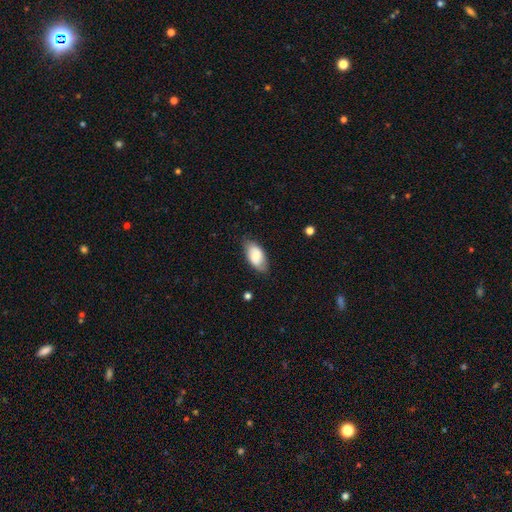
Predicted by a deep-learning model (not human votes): smooth-or-featured: smooth: 76% | featured or disk: 17% | star or artifact: 7%
  how-rounded: in between: 93% | cigar-shaped: 4% | round: 3%
  merging: none: 77% | minor disturbance: 18% | major disturbance: 4% | merger: 1%